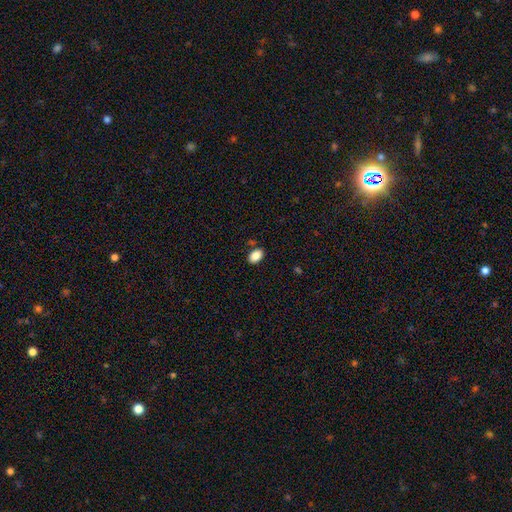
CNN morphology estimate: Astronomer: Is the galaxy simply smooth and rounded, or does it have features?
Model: smooth — 88%.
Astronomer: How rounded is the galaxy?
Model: in between — 89%.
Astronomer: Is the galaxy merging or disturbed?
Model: none — 83%.